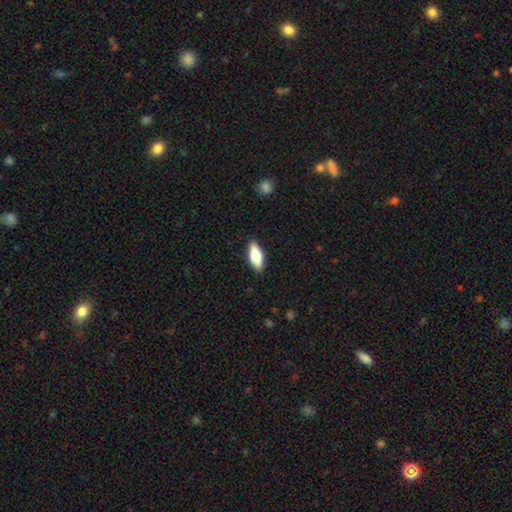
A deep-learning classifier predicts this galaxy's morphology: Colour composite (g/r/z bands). It shows a smooth galaxy with no disk features (70%) that is in between round and cigar-shaped (73%). Merging: none (89%).